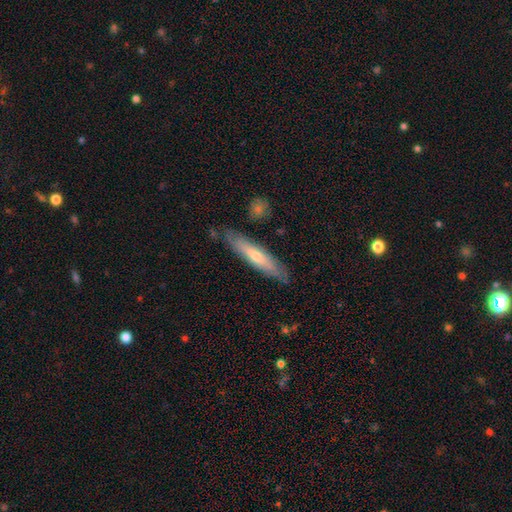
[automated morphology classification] Smooth or featured?
  - smooth: 53% *
  - featured or disk: 41%
  - star or artifact: 6%
How rounded?
  - cigar-shaped: 87% *
  - in between: 12%
  - round: 1%
Merging?
  - none: 82% *
  - minor disturbance: 13%
  - major disturbance: 3%
  - merger: 2%